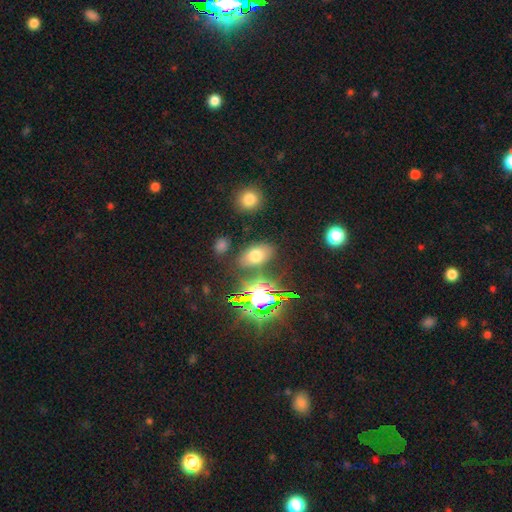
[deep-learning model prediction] Smooth or featured: smooth — 61% (star or artifact — 25%)
How rounded: in between — 87% (round — 10%)
Merging: none — 79% (minor disturbance — 11%)